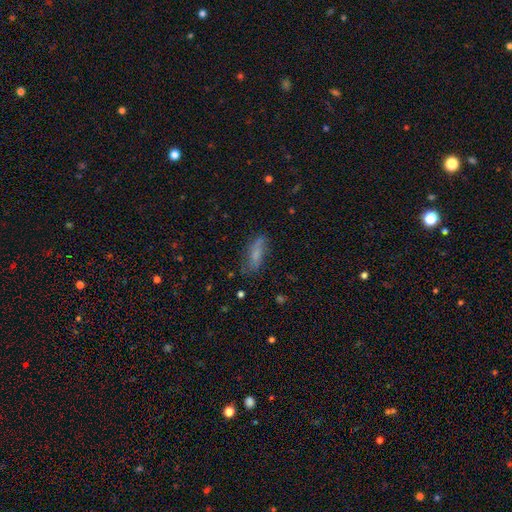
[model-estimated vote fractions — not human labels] Smooth or featured? Predicted: smooth (p=0.58). How rounded? Predicted: in between (p=0.53). Merging? Predicted: none (p=0.68).